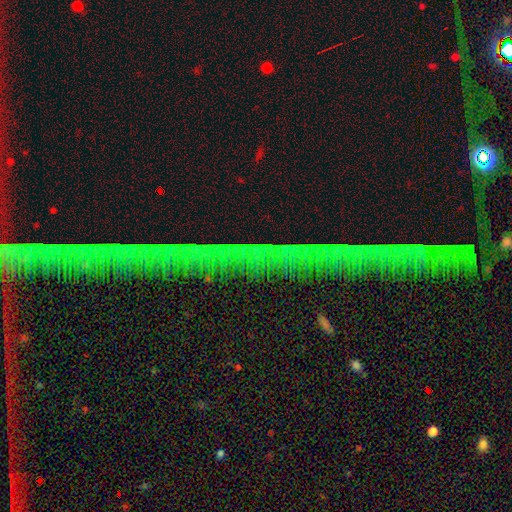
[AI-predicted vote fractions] A star or artifact, not a galaxy (85%).

Vote fractions:
- Smooth or featured? star or artifact: 85% / featured or disk: 9% / smooth: 6%